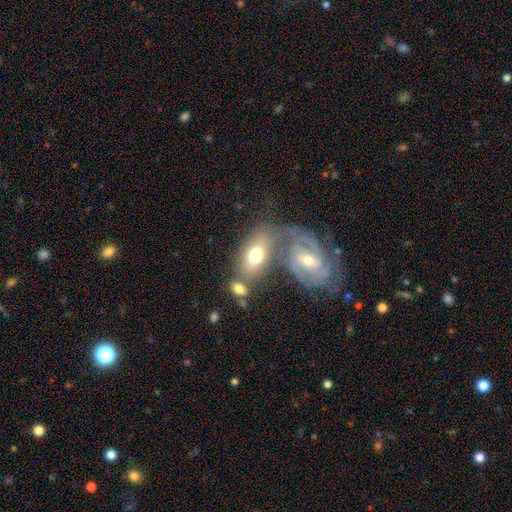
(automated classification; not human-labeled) A smooth galaxy with no disk features (50%) that is in between round and cigar-shaped (87%).

Vote fractions:
- Smooth or featured? smooth: 50% / featured or disk: 42% / star or artifact: 7%
- How rounded? in between: 87% / round: 10% / cigar-shaped: 3%
- Merging? merger: 41% / none: 36% / minor disturbance: 15% / major disturbance: 7%